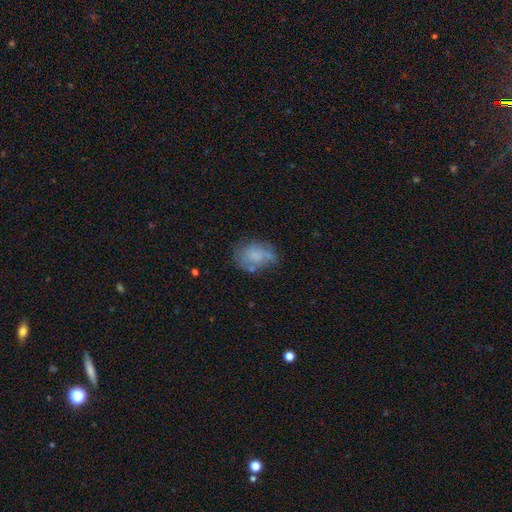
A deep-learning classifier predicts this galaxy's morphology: Smooth or featured? smooth (62%)
How rounded? in between (62%)
Merging? none (50%)